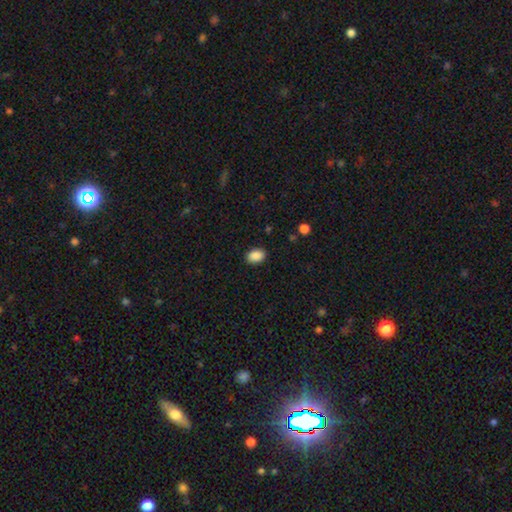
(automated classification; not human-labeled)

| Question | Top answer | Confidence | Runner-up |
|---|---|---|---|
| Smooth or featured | smooth | 89% | star or artifact (8%) |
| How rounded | in between | 83% | round (16%) |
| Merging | none | 89% | minor disturbance (8%) |